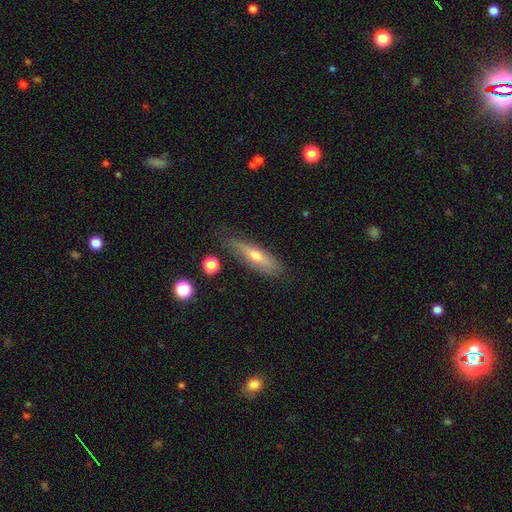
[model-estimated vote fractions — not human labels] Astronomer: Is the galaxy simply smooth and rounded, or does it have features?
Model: smooth — 53% (runner-up: featured or disk, 40%).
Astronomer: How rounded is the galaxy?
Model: cigar-shaped — 66%.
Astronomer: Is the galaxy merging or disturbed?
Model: none — 72%.